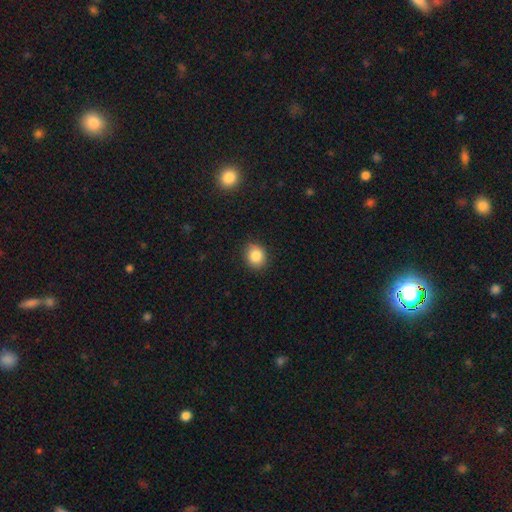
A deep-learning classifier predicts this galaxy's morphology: smooth_or_featured: smooth (p=0.84) [alt: star or artifact p=0.10]
how_rounded: round (p=0.69) [alt: in between p=0.30]
merging: none (p=0.84) [alt: minor disturbance p=0.12]